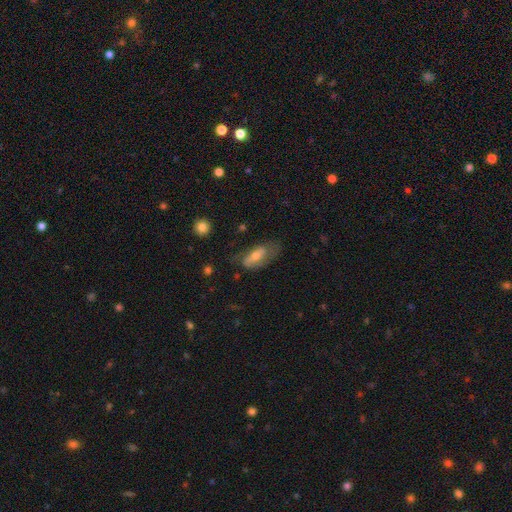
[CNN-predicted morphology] Overall: featured or disk (52%; smooth 41%). Edge-on disk: no (84%). Merging: none (53%; minor disturbance 27%).